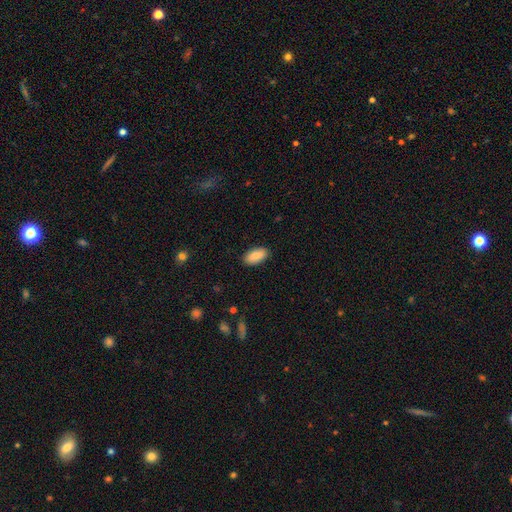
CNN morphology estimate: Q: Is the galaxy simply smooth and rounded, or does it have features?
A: smooth — 88%.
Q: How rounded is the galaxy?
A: in between — 94%.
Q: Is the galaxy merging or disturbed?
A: none — 88%.